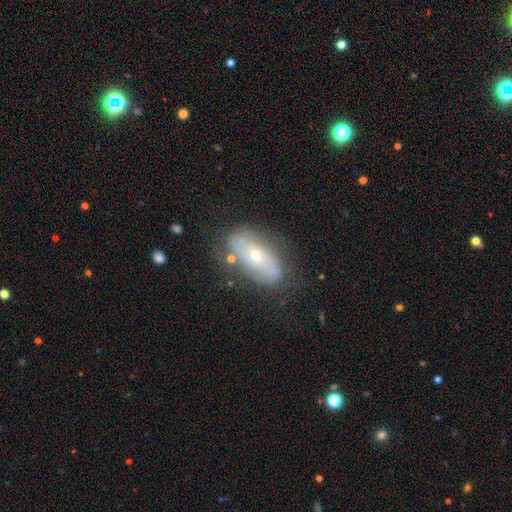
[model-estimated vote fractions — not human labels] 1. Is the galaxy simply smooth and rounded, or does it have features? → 56% featured or disk, 36% smooth, 8% star or artifact.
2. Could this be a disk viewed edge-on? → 79% no, 21% yes.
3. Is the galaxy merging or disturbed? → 69% none, 20% minor disturbance, 7% major disturbance, 4% merger.